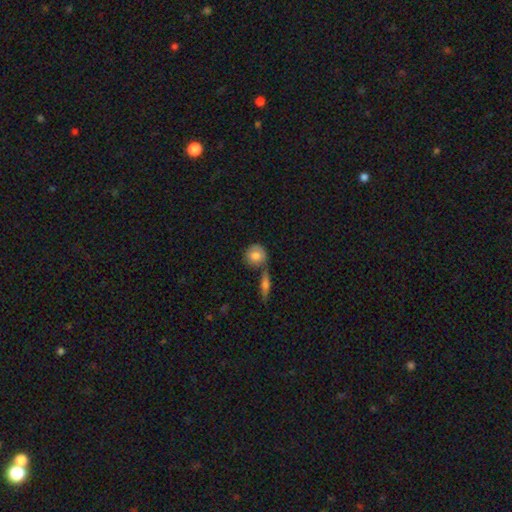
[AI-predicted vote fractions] Smooth or featured? smooth (69%)
How rounded? round (81%)
Merging? none (60%)